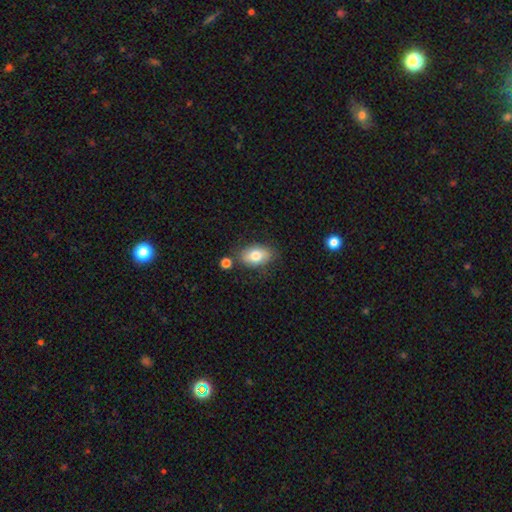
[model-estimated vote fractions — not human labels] Smooth or featured: smooth — 77% (featured or disk — 15%)
How rounded: in between — 88% (round — 10%)
Merging: none — 76% (minor disturbance — 14%)